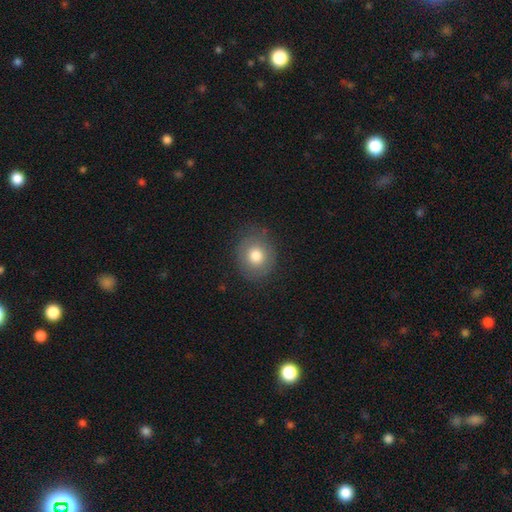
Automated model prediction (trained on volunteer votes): Morphology: type=smooth (75%); roundness=round (75%); merging=none (80%).